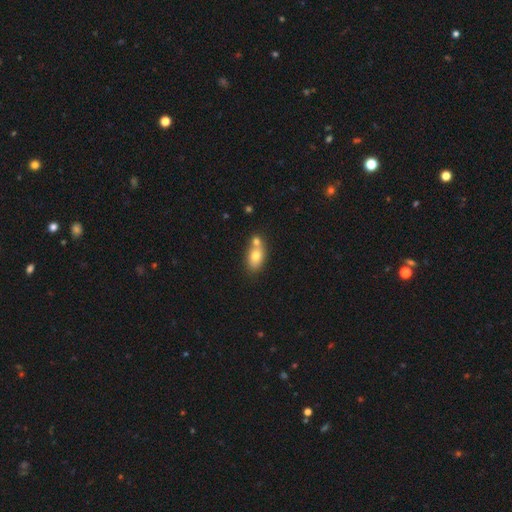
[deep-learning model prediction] The model was most divided on "merging": merger: 49%, none: 38%, minor disturbance: 10%, major disturbance: 3%. More confident: how rounded — in between (80%); smooth or featured — smooth (74%).